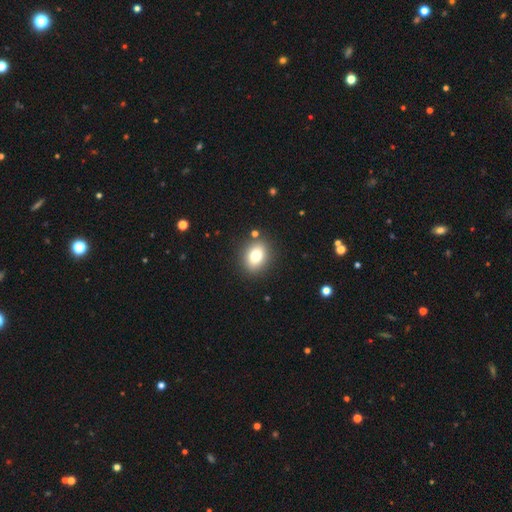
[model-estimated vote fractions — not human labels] smooth_or_featured: smooth (p=0.76) [alt: featured or disk p=0.13]
how_rounded: in between (p=0.57) [alt: round p=0.42]
merging: none (p=0.86) [alt: minor disturbance p=0.08]